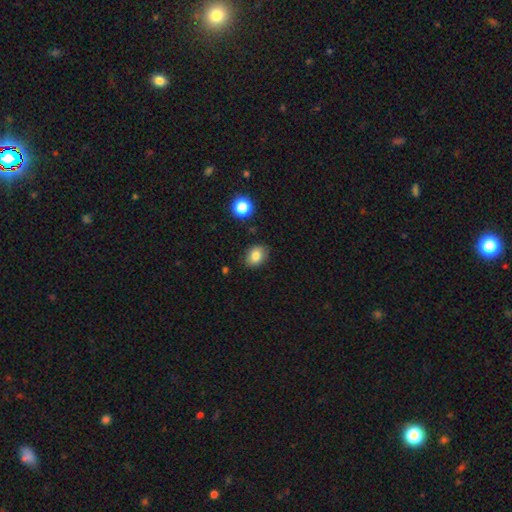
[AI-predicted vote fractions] Q: Smooth or featured?
A: smooth (83%); runner-up: star or artifact (10%)
Q: How rounded?
A: in between (62%); runner-up: round (37%)
Q: Merging?
A: none (84%); runner-up: minor disturbance (11%)